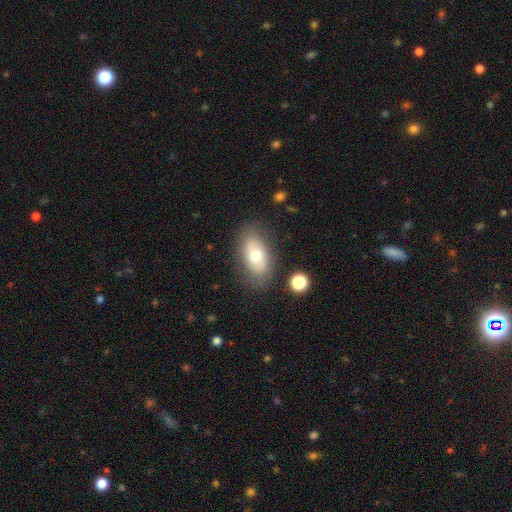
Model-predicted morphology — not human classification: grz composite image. It shows a smooth galaxy with no disk features (67%) that is in between round and cigar-shaped (91%). Merging: none (79%).